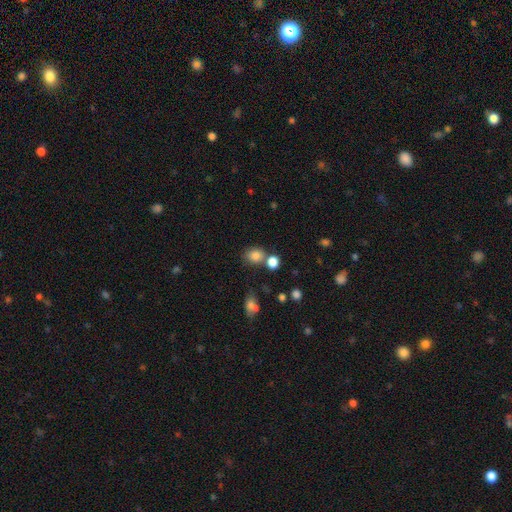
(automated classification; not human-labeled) A smooth galaxy with no disk features (82%) that is round (63%).

Vote fractions:
- Smooth or featured? smooth: 82% / star or artifact: 12% / featured or disk: 6%
- How rounded? round: 63% / in between: 36% / cigar-shaped: 1%
- Merging? none: 62% / merger: 21% / minor disturbance: 12% / major disturbance: 4%